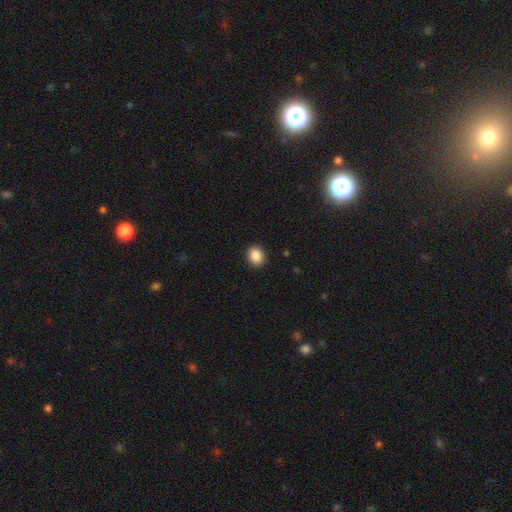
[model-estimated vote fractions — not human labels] Smooth or featured? Predicted: smooth (p=0.88). How rounded? Predicted: round (p=0.54). Merging? Predicted: none (p=0.91).